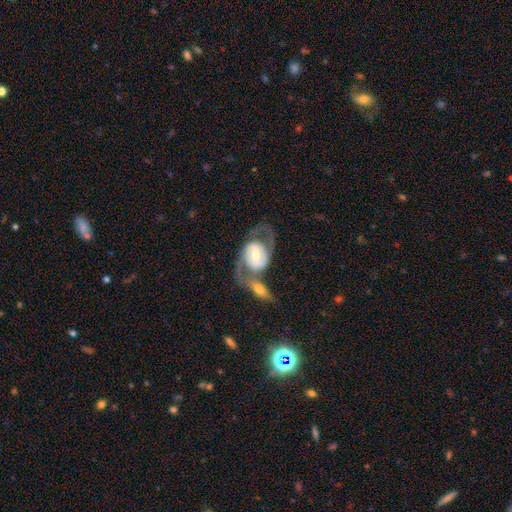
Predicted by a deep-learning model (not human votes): A featured or disk galaxy (79%) with a weak bar (43%), 2 (87%) medium (50%) spiral arms (88%) and a moderate central bulge (58%). Merging: merger (42%).